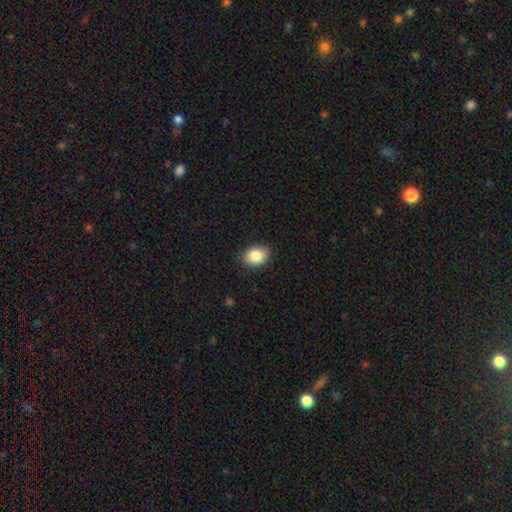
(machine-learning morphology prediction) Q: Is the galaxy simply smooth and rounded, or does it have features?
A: smooth — 86%.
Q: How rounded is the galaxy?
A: in between — 70%.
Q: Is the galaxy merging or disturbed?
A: none — 87%.